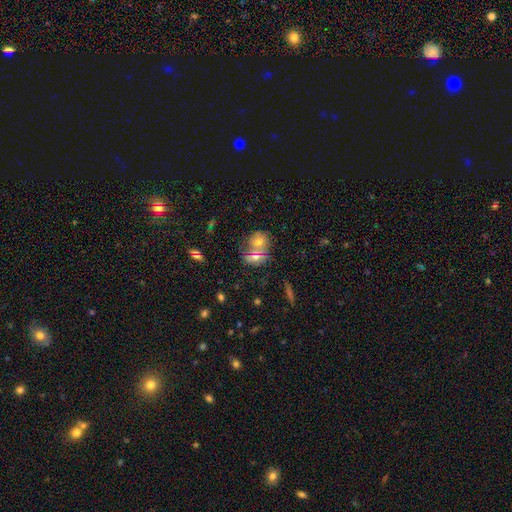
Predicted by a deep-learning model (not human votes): This appears to be a smooth galaxy with no disk features (52%) that is round (57%). Merging: merger (53%).